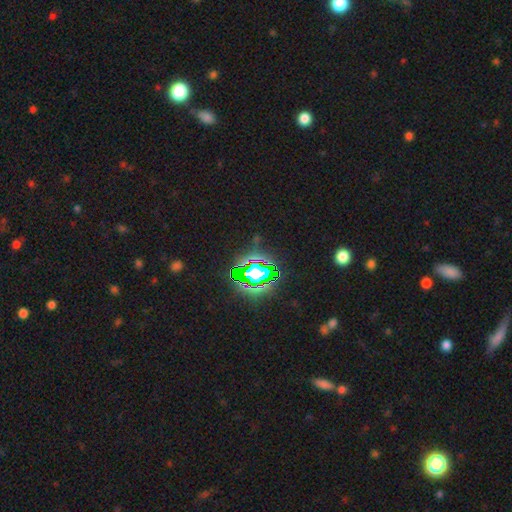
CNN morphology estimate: This appears to be a star or artifact, not a galaxy (81%).